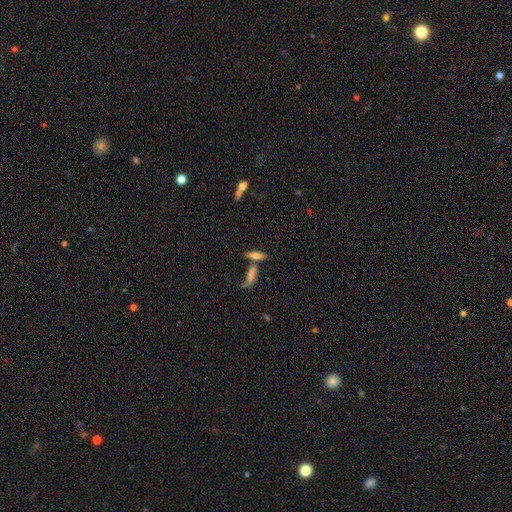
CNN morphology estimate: The model was most divided on "merging": none: 51%, merger: 32%, minor disturbance: 12%, major disturbance: 6%. More confident: smooth or featured — smooth (61%); how rounded — cigar-shaped (58%).